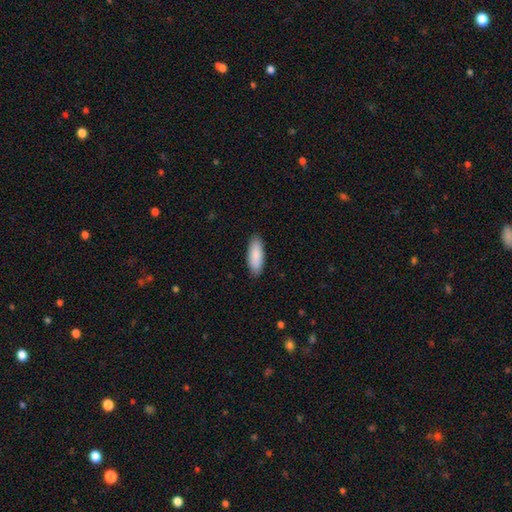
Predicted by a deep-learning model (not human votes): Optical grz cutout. It shows a smooth galaxy with no disk features (88%) that is in between round and cigar-shaped (73%). Merging: none (89%).